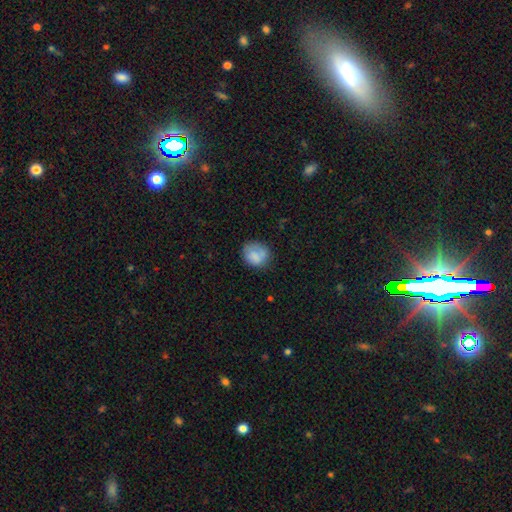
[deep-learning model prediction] smooth 79%, featured or disk 13%, star or artifact 8%. Down the decision tree: how rounded — round (73%); merging — none (64%).